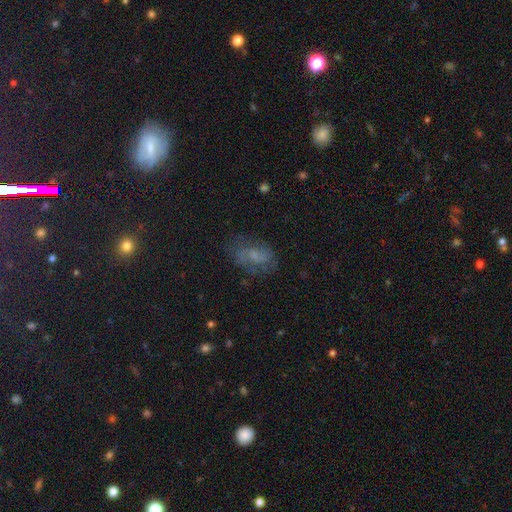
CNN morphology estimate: Q: Smooth or featured?
A: smooth (45%); runner-up: featured or disk (39%)
Q: Merging?
A: none (58%); runner-up: minor disturbance (23%)